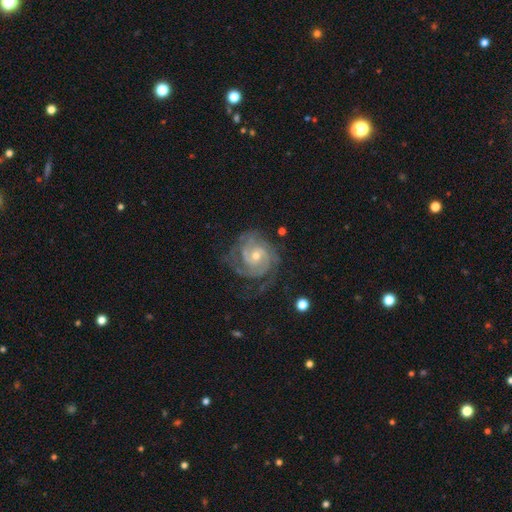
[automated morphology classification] Smooth or featured?
  - featured or disk: 88% *
  - smooth: 7%
  - star or artifact: 5%
Edge-on disk?
  - no: 98% *
  - yes: 2%
Bar?
  - no: 61% *
  - weak: 33%
  - strong: 6%
Spiral arms?
  - yes: 97% *
  - no: 3%
Spiral winding?
  - tight: 65% *
  - medium: 29%
  - loose: 6%
Spiral arm count?
  - 2: 35% *
  - 3: 25%
  - can't tell: 23%
  - 4: 7%
  - 1: 5%
  - more than 4: 5%
Bulge size?
  - small: 50% *
  - moderate: 47%
  - large: 2%
  - none: 1%
  - dominant: 1%
Merging?
  - none: 64% *
  - minor disturbance: 21%
  - major disturbance: 14%
  - merger: 2%